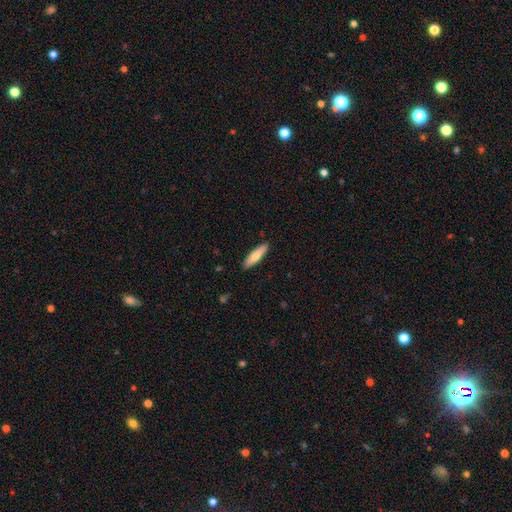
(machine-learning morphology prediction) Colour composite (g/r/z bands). It shows a smooth galaxy with no disk features (70%) that is cigar-shaped (72%). Merging: none (90%).